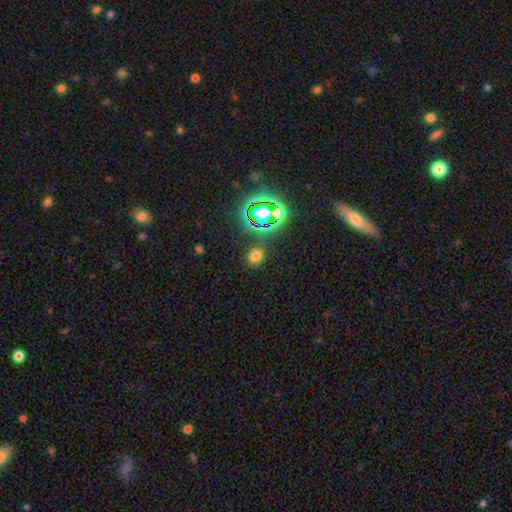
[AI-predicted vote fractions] A smooth galaxy with no disk features (65%) that is round (60%). Merging: none (83%).